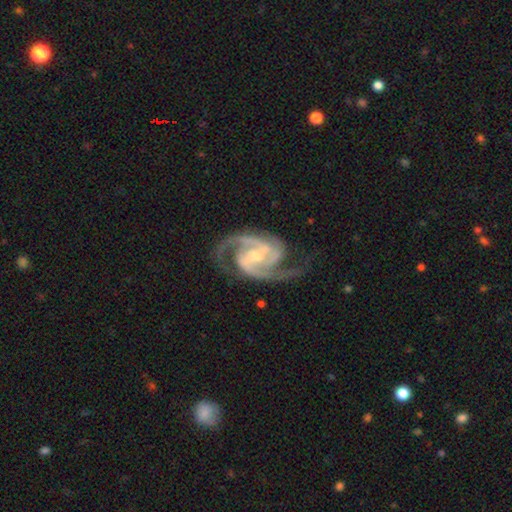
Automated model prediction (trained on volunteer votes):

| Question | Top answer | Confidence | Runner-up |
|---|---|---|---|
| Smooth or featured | featured or disk | 94% | star or artifact (4%) |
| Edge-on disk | no | 98% | yes (2%) |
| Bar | weak | 41% | strong (31%) |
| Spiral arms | yes | 99% | no (1%) |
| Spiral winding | medium | 60% | tight (31%) |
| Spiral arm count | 2 | 68% | 3 (22%) |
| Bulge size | small | 49% | moderate (47%) |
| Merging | none | 74% | minor disturbance (17%) |